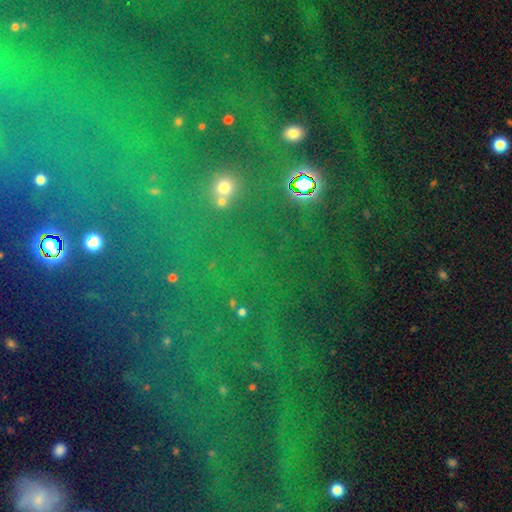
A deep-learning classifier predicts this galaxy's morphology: star or artifact 77%, smooth 12%, featured or disk 11%.